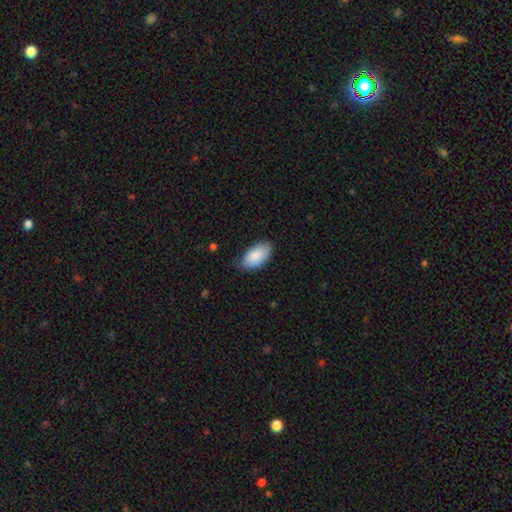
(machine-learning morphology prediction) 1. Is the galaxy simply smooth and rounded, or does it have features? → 88% smooth, 7% featured or disk, 6% star or artifact.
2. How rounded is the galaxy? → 95% in between, 3% cigar-shaped, 2% round.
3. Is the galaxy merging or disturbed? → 79% none, 17% minor disturbance, 3% major disturbance, 1% merger.